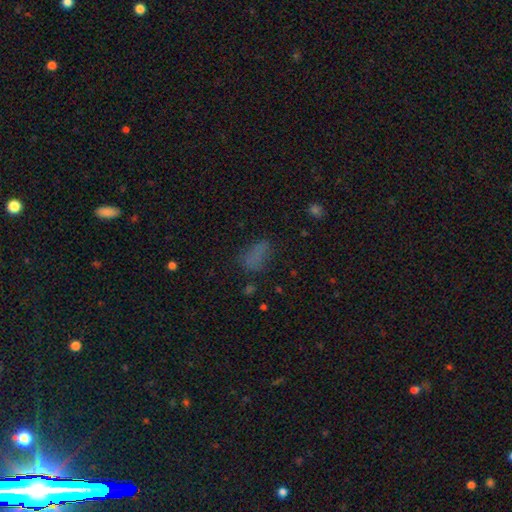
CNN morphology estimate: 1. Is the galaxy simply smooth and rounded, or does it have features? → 69% smooth, 20% star or artifact, 12% featured or disk.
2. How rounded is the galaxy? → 84% in between, 9% cigar-shaped, 7% round.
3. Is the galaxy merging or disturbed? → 56% none, 23% minor disturbance, 16% major disturbance, 5% merger.